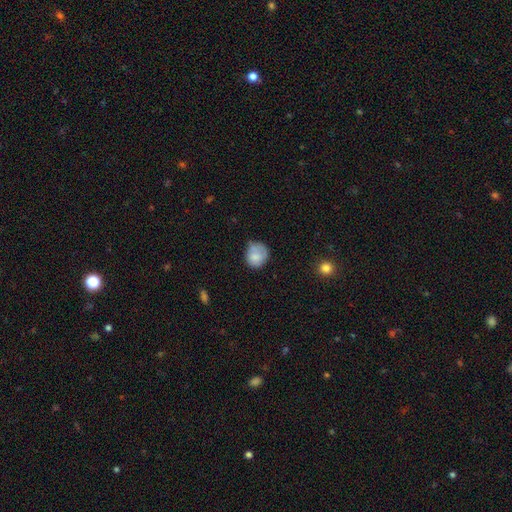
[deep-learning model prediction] smooth-or-featured: smooth: 79% | featured or disk: 12% | star or artifact: 8%
  how-rounded: round: 77% | in between: 22% | cigar-shaped: 1%
  merging: none: 55% | minor disturbance: 32% | major disturbance: 10% | merger: 3%